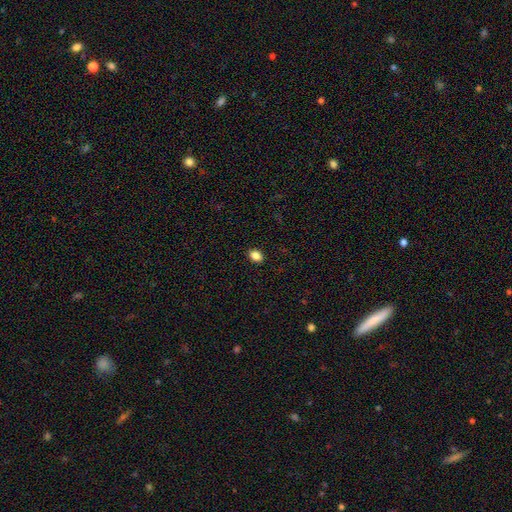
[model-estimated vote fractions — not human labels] This appears to be a smooth galaxy with no disk features (86%) that is in between round and cigar-shaped (74%). Merging: none (90%).